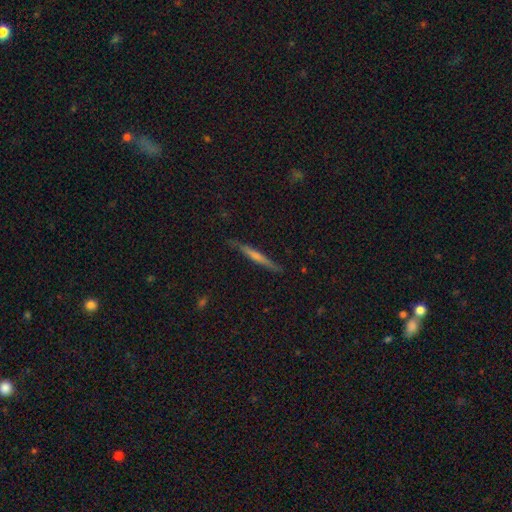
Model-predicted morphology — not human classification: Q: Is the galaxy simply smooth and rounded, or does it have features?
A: featured or disk — 54%.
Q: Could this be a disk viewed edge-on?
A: yes — 97%.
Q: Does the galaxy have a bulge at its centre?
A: none — 51%.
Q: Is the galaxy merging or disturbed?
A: none — 86%.